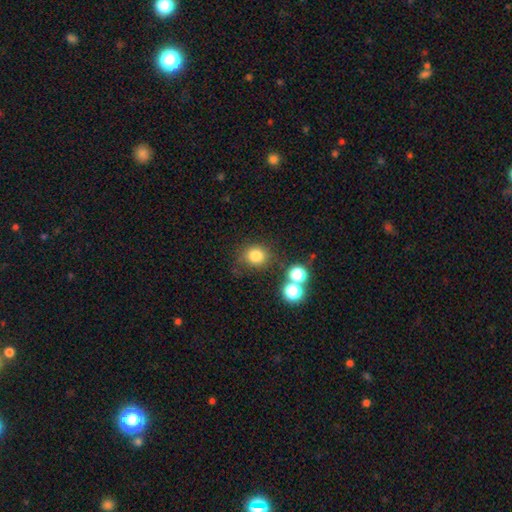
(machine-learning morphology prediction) Q: Smooth or featured?
A: smooth (80%); runner-up: star or artifact (14%)
Q: How rounded?
A: round (81%); runner-up: in between (18%)
Q: Merging?
A: none (76%); runner-up: minor disturbance (12%)